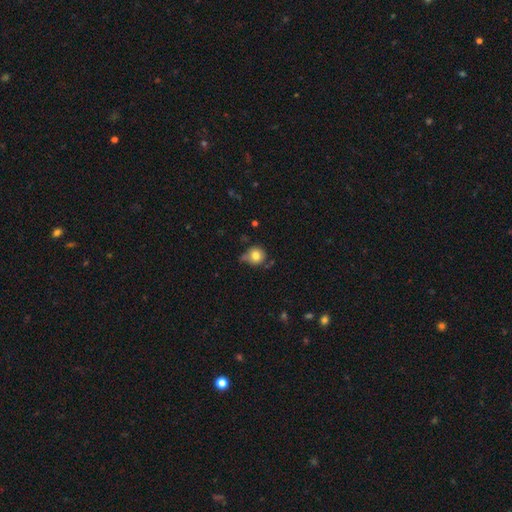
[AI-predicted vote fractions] Smooth or featured: smooth — 79% (featured or disk — 11%)
How rounded: round — 86% (in between — 13%)
Merging: none — 55% (minor disturbance — 29%)